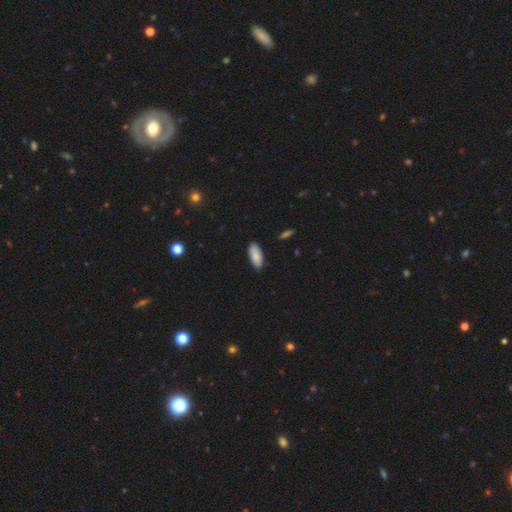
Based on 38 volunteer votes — A smooth galaxy with no disk features (89%) that is in between round and cigar-shaped (85%). Merging: none (80%).